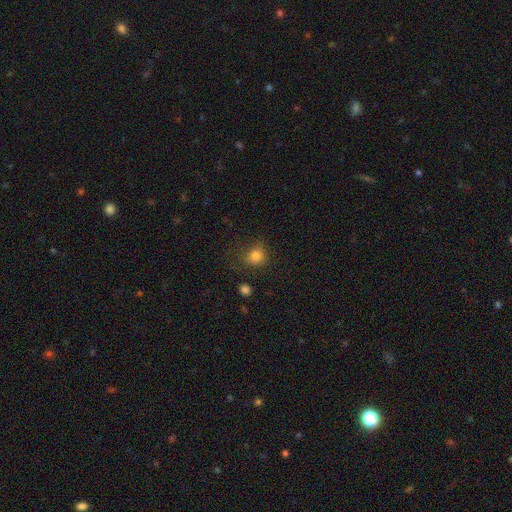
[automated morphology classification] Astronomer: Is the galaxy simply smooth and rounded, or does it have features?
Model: smooth — 82%.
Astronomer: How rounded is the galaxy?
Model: round — 81%.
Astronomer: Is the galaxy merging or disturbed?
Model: none — 74%.